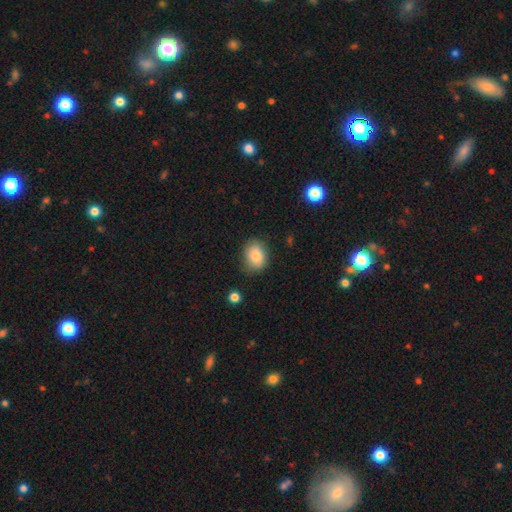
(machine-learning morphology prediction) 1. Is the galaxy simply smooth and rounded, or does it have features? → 83% smooth, 9% star or artifact, 8% featured or disk.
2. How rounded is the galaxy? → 60% in between, 39% round, 1% cigar-shaped.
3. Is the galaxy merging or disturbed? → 79% none, 15% minor disturbance, 3% major disturbance, 2% merger.